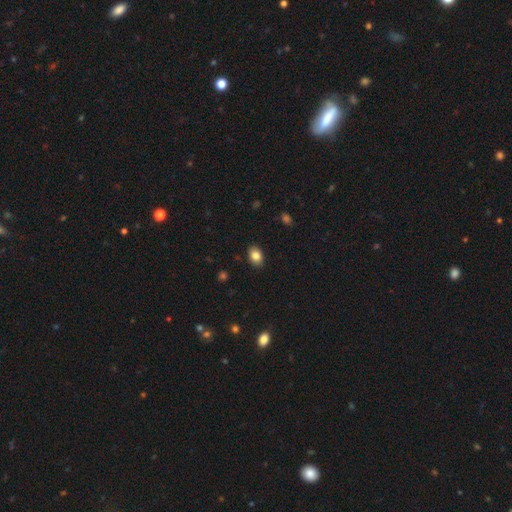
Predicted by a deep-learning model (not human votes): Q: Smooth or featured?
A: smooth (85%); runner-up: star or artifact (8%)
Q: How rounded?
A: in between (79%); runner-up: round (19%)
Q: Merging?
A: none (88%); runner-up: minor disturbance (9%)